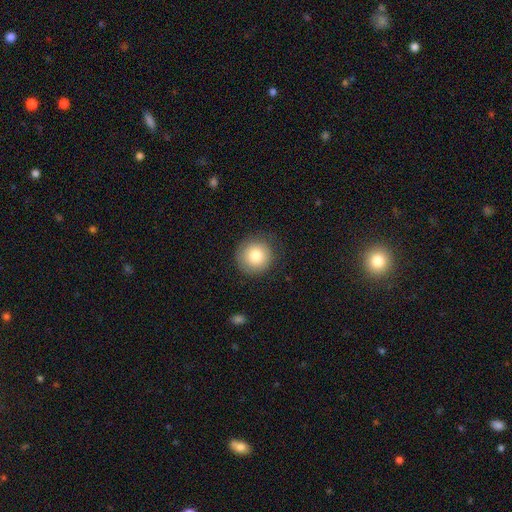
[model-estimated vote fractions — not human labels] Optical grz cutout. It shows a smooth galaxy with no disk features (81%) that is round (94%). Merging: none (84%).